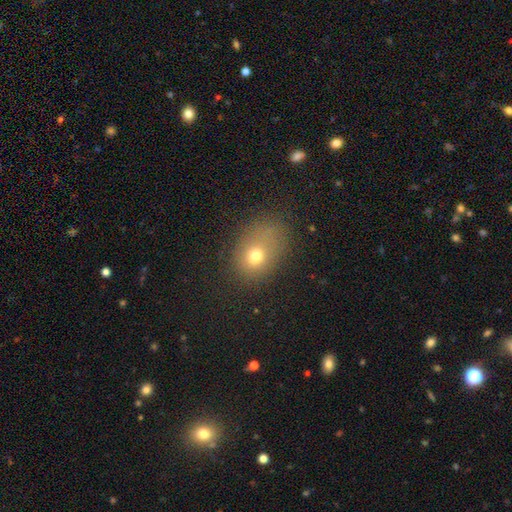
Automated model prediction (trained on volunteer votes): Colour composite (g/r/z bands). It shows a smooth galaxy with no disk features (71%) that is in between round and cigar-shaped (70%). Merging: none (51%).